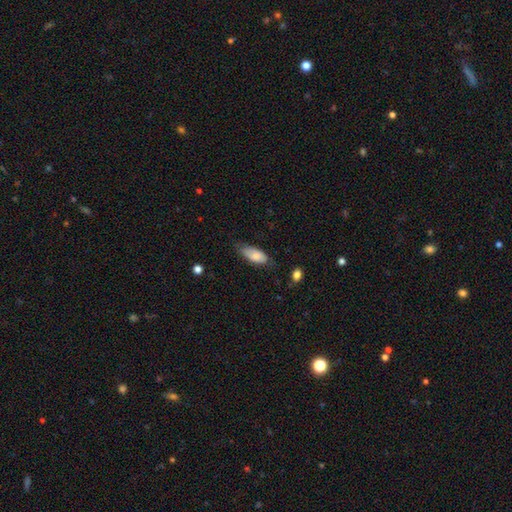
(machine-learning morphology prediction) The model was most divided on "merging": none: 62%, minor disturbance: 30%, major disturbance: 6%, merger: 2%. More confident: how rounded — in between (85%); smooth or featured — smooth (78%).